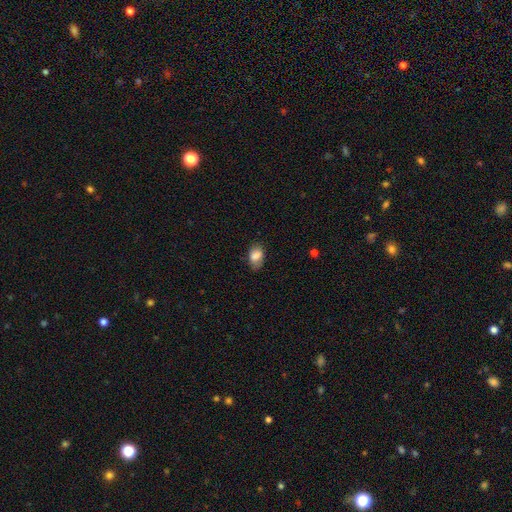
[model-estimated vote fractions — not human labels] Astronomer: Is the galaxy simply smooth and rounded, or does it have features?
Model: smooth — 82%.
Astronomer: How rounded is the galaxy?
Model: in between — 85%.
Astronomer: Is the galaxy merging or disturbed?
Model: none — 65%.